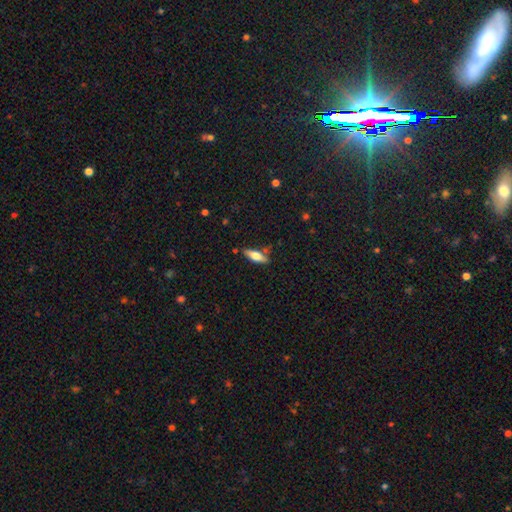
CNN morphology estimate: The model was most divided on "how rounded": in between: 54%, cigar-shaped: 43%, round: 2%. More confident: merging — none (77%); smooth or featured — smooth (57%).